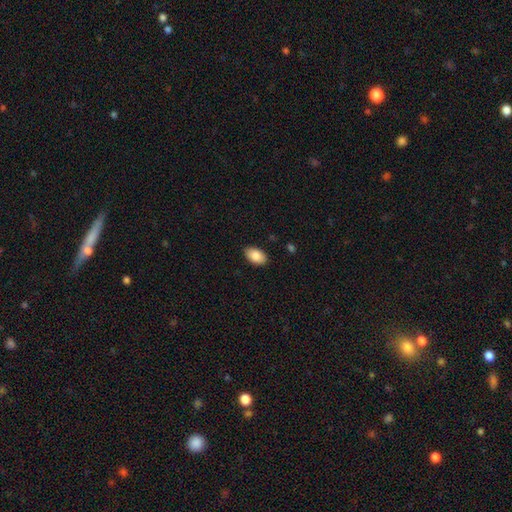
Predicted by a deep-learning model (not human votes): A smooth galaxy with no disk features (86%) that is in between round and cigar-shaped (94%). Merging: none (87%).